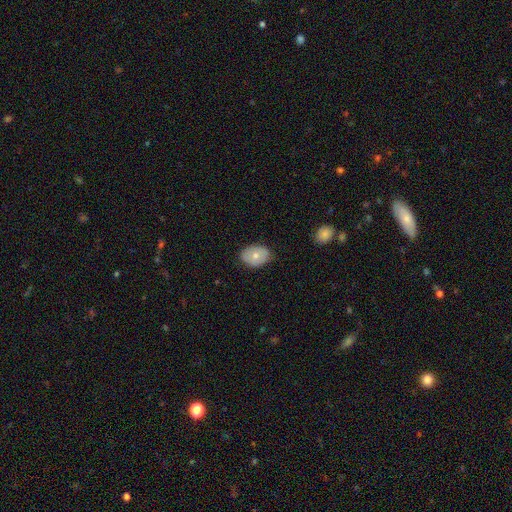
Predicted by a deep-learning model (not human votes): smooth 64%, featured or disk 28%, star or artifact 7%. Down the decision tree: how rounded — in between (75%); merging — none (83%).